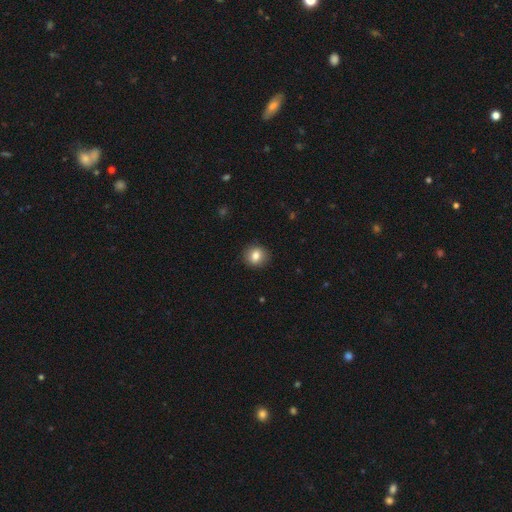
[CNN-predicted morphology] This appears to be a smooth galaxy with no disk features (81%) that is round (80%). Merging: none (90%).